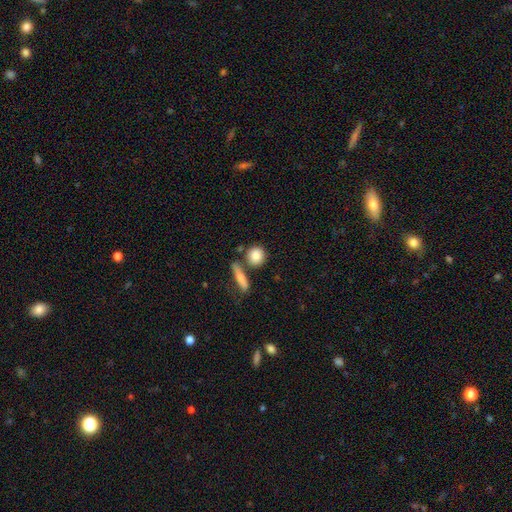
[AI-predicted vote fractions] The model was most divided on "merging": none: 69%, merger: 17%, minor disturbance: 11%, major disturbance: 4%. More confident: smooth or featured — smooth (84%); how rounded — round (80%).